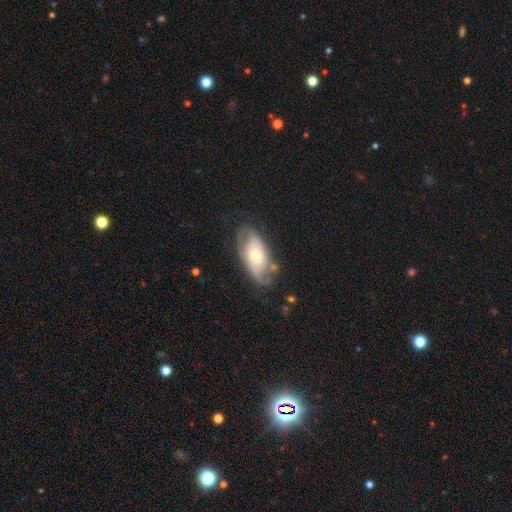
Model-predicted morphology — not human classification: Smooth or featured?
  - featured or disk: 66% *
  - smooth: 28%
  - star or artifact: 6%
Edge-on disk?
  - no: 90% *
  - yes: 10%
Bar?
  - no: 56% *
  - weak: 35%
  - strong: 9%
Spiral arms?
  - yes: 81% *
  - no: 19%
Bulge size?
  - moderate: 51% *
  - small: 38%
  - large: 8%
  - none: 2%
  - dominant: 1%
Merging?
  - none: 62% *
  - minor disturbance: 23%
  - major disturbance: 11%
  - merger: 3%